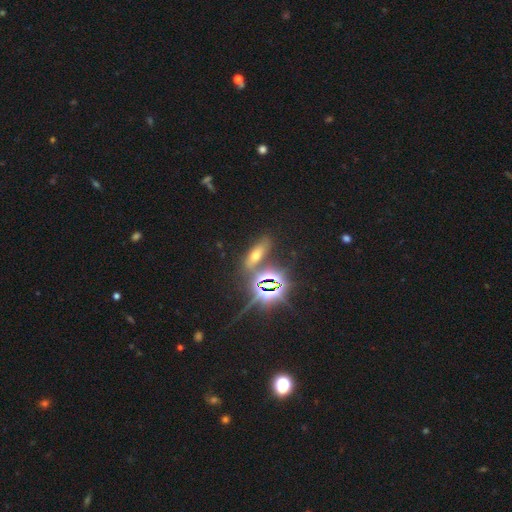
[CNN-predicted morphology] star or artifact 71%, smooth 16%, featured or disk 13%.